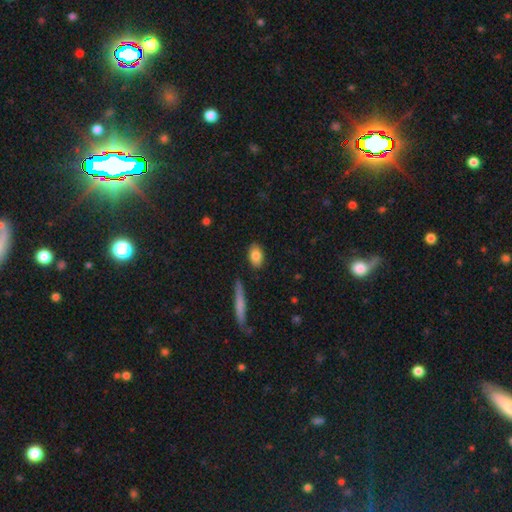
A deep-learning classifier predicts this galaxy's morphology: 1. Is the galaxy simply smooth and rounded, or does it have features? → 83% smooth, 10% featured or disk, 7% star or artifact.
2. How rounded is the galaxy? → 87% in between, 9% round, 4% cigar-shaped.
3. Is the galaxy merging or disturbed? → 86% none, 9% minor disturbance, 2% merger, 2% major disturbance.